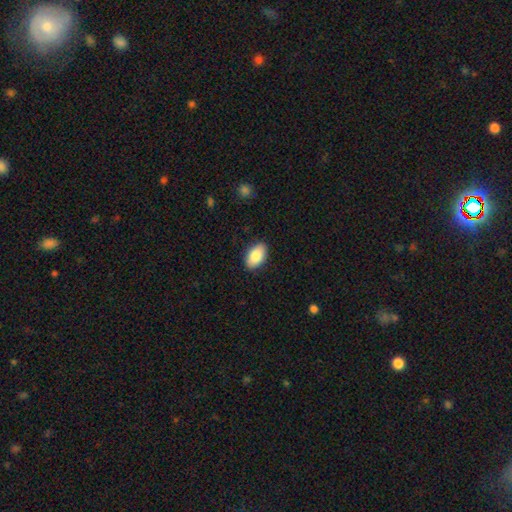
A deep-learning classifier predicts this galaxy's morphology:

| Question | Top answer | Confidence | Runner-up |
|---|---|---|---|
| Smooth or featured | smooth | 87% | featured or disk (7%) |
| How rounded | in between | 94% | round (5%) |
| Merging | none | 88% | minor disturbance (9%) |